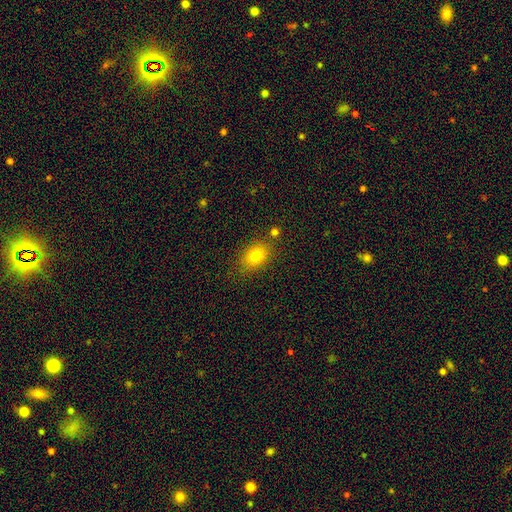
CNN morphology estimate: Smooth or featured?
  - smooth: 80% *
  - star or artifact: 11%
  - featured or disk: 9%
How rounded?
  - in between: 69% *
  - round: 29%
  - cigar-shaped: 2%
Merging?
  - none: 78% *
  - minor disturbance: 13%
  - merger: 5%
  - major disturbance: 4%